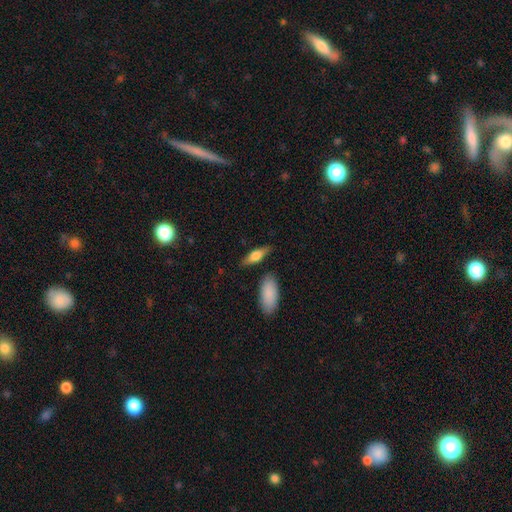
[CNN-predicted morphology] type=smooth (61%); roundness=in between (60%); merging=none (79%).